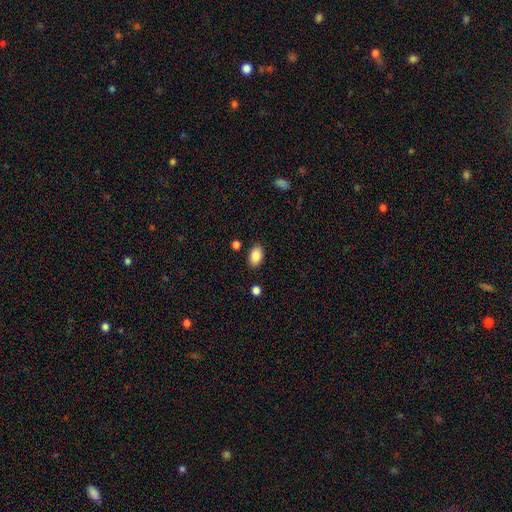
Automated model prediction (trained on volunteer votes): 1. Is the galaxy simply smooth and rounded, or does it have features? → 87% smooth, 8% star or artifact, 5% featured or disk.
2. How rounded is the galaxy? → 89% in between, 10% round, 1% cigar-shaped.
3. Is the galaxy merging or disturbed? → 85% none, 10% minor disturbance, 3% merger, 2% major disturbance.